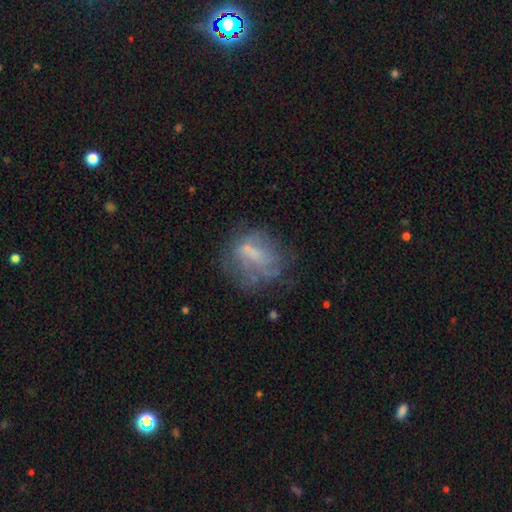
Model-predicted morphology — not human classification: Smooth or featured?
  - featured or disk: 47% *
  - smooth: 40%
  - star or artifact: 14%
Merging?
  - none: 51% *
  - minor disturbance: 23%
  - major disturbance: 22%
  - merger: 4%